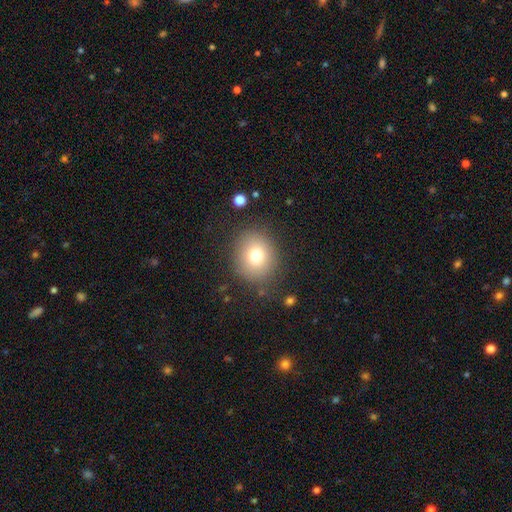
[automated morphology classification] smooth 75%, featured or disk 13%, star or artifact 12%. Down the decision tree: how rounded — round (71%); merging — none (82%).